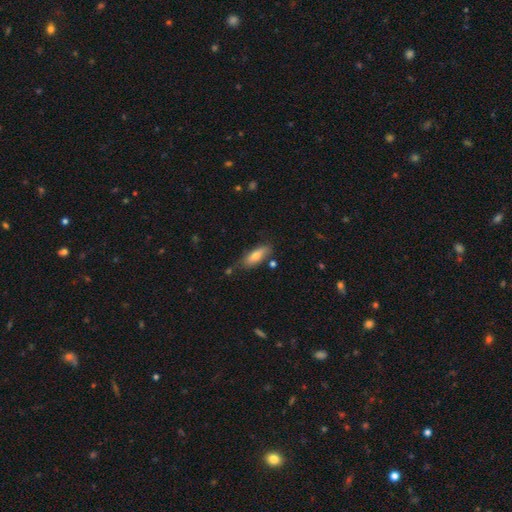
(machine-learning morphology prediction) The model was most divided on "how rounded": in between: 62%, cigar-shaped: 36%, round: 2%. More confident: smooth or featured — smooth (71%); merging — none (70%).